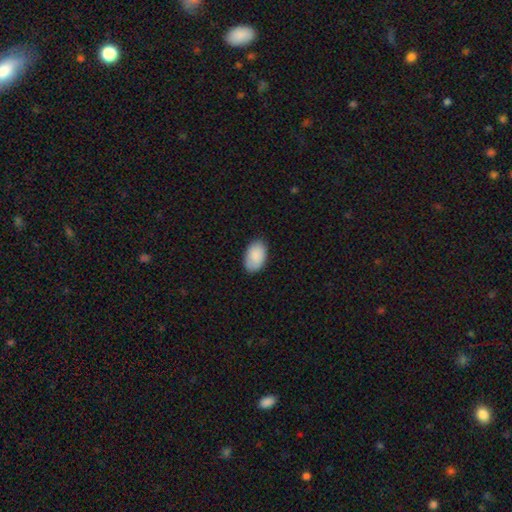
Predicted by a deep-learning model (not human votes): Smooth or featured: smooth — 89% (star or artifact — 6%)
How rounded: in between — 93% (round — 6%)
Merging: none — 85% (minor disturbance — 12%)